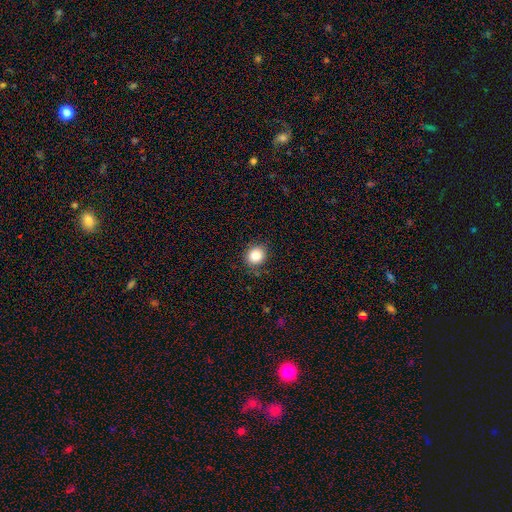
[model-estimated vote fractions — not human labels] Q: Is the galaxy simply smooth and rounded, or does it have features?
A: smooth — 85%.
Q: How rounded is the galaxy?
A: round — 81%.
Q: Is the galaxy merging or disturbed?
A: none — 85%.